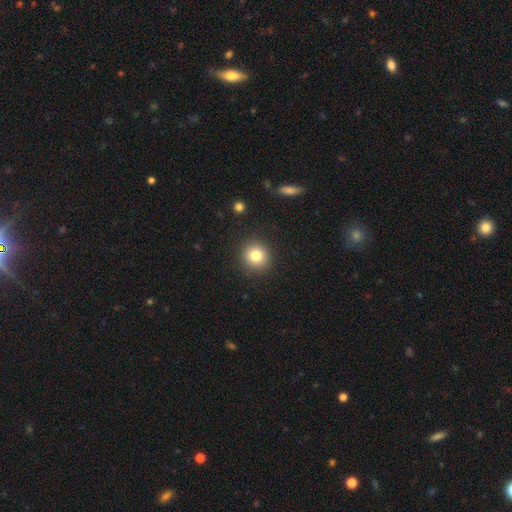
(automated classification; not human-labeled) Smooth or featured?
  - smooth: 80% *
  - star or artifact: 11%
  - featured or disk: 9%
How rounded?
  - round: 92% *
  - in between: 7%
  - cigar-shaped: 1%
Merging?
  - none: 90% *
  - minor disturbance: 6%
  - major disturbance: 2%
  - merger: 1%